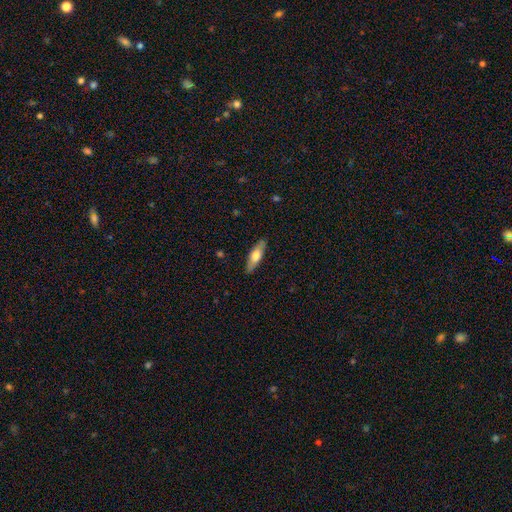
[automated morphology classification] Smooth or featured?
  - smooth: 59% *
  - featured or disk: 35%
  - star or artifact: 6%
How rounded?
  - cigar-shaped: 52% *
  - in between: 46%
  - round: 2%
Merging?
  - none: 88% *
  - minor disturbance: 9%
  - major disturbance: 2%
  - merger: 1%